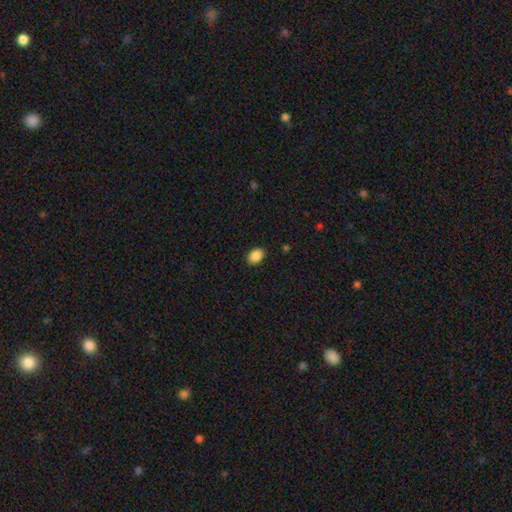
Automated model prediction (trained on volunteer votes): A smooth galaxy with no disk features (89%) that is in between round and cigar-shaped (80%). Merging: none (89%).